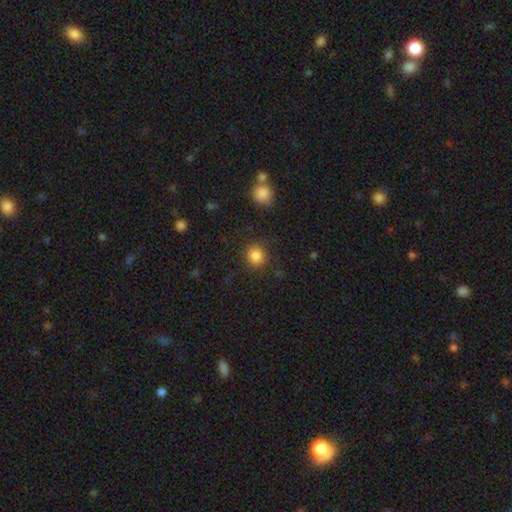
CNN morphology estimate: Smooth or featured?
  - smooth: 85% *
  - star or artifact: 11%
  - featured or disk: 4%
How rounded?
  - round: 87% *
  - in between: 12%
  - cigar-shaped: 1%
Merging?
  - none: 84% *
  - minor disturbance: 10%
  - major disturbance: 4%
  - merger: 2%